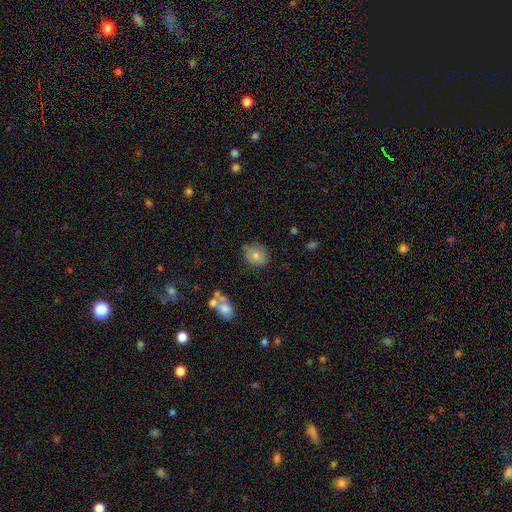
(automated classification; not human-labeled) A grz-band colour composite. It shows a smooth galaxy with no disk features (73%) that is round (62%). Merging: none (75%).